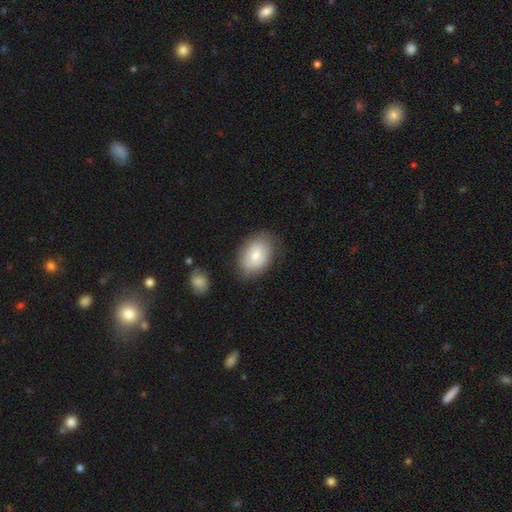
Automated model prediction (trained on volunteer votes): A smooth galaxy with no disk features (70%) that is in between round and cigar-shaped (79%). Merging: none (77%).